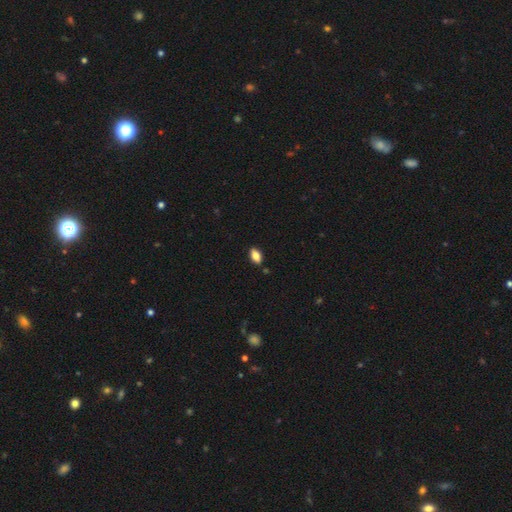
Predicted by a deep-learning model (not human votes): This is clearly a smooth galaxy (82%). How rounded: clearly in between (90%). Merging: clearly none (87%).